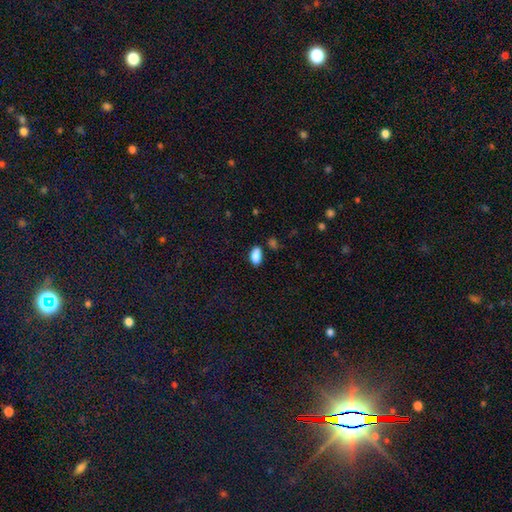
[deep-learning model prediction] Morphology: type=smooth (87%); roundness=in between (92%); merging=none (72%).